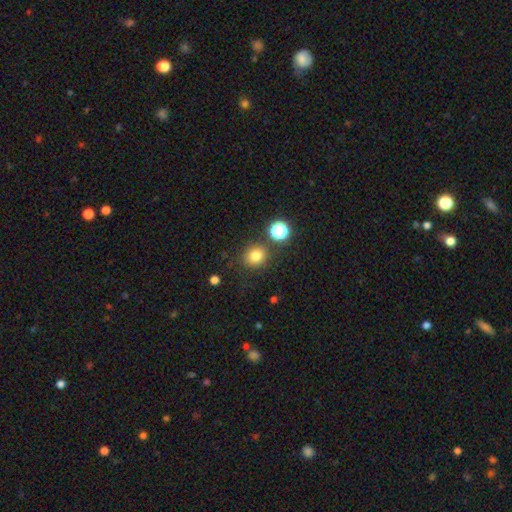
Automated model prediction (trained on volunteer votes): Smooth or featured? smooth (78%)
How rounded? round (85%)
Merging? none (82%)